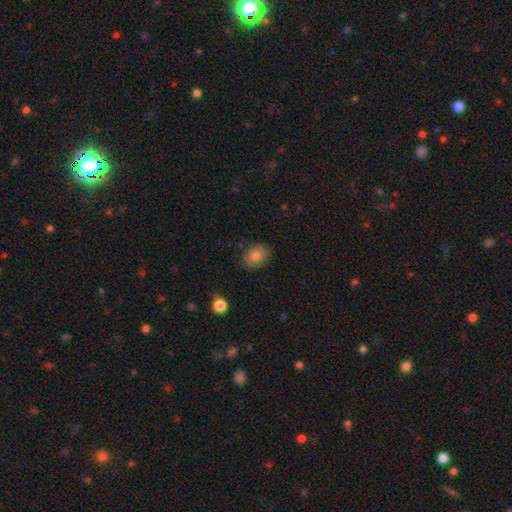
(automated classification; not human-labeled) The model was most divided on "how rounded": in between: 63%, round: 36%, cigar-shaped: 1%. More confident: merging — none (83%); smooth or featured — smooth (81%).